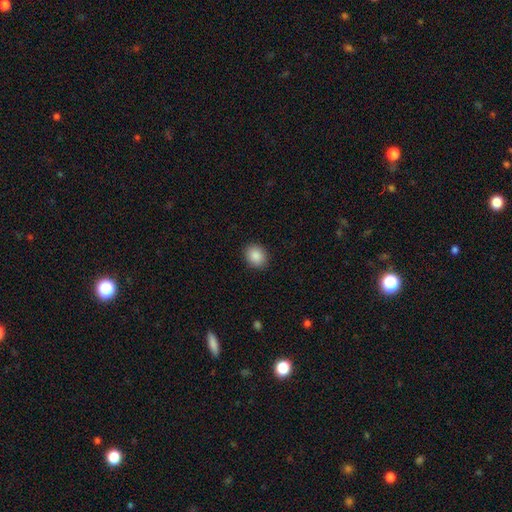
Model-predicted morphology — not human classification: A smooth galaxy with no disk features (88%) that is round (58%). Merging: none (90%).